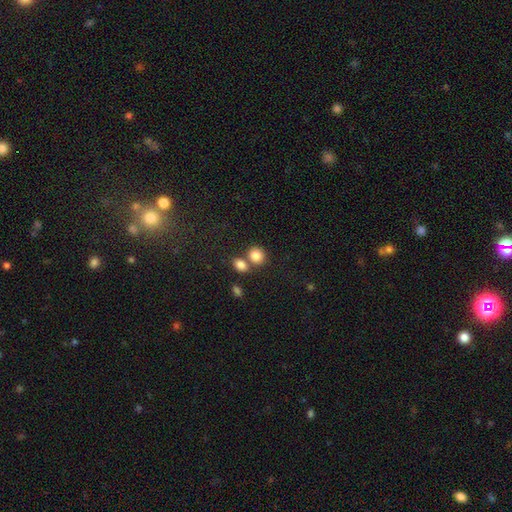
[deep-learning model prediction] smooth_or_featured: smooth (p=0.83) [alt: star or artifact p=0.10]
how_rounded: round (p=0.76) [alt: in between p=0.23]
merging: none (p=0.55) [alt: merger p=0.34]